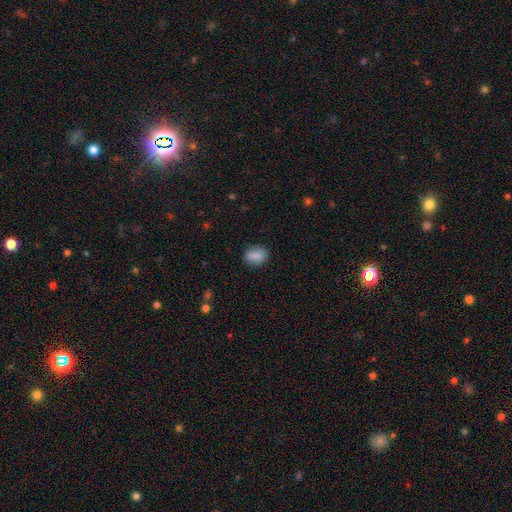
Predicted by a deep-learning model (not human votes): This appears to be a smooth galaxy with no disk features (86%) that is in between round and cigar-shaped (65%). Merging: none (85%).